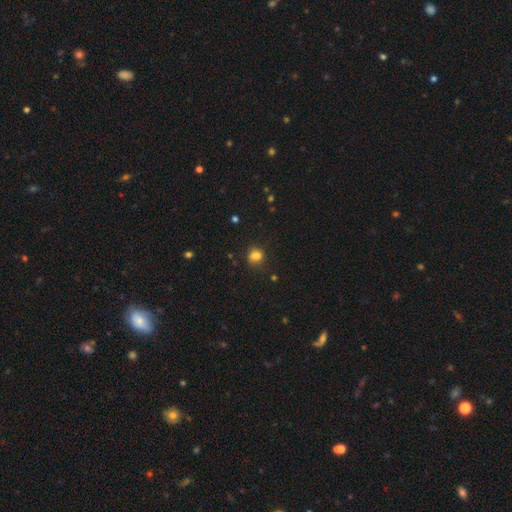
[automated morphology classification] Smooth or featured?
  - smooth: 79% *
  - star or artifact: 14%
  - featured or disk: 7%
How rounded?
  - round: 62% *
  - in between: 37%
  - cigar-shaped: 1%
Merging?
  - none: 65% *
  - minor disturbance: 19%
  - merger: 10%
  - major disturbance: 6%